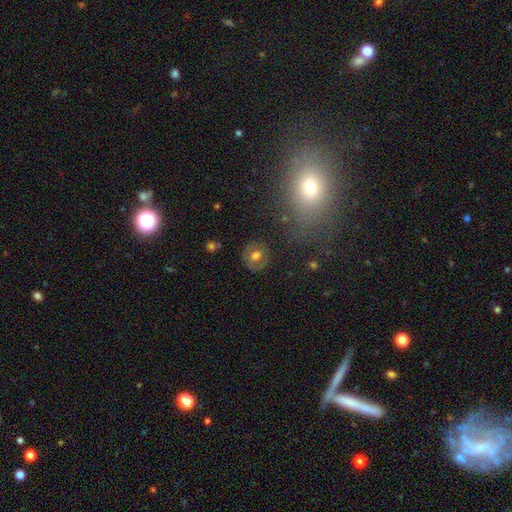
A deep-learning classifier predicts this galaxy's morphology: smooth_or_featured: smooth (p=0.57) [alt: featured or disk p=0.33]
how_rounded: round (p=0.80) [alt: in between p=0.18]
merging: none (p=0.82) [alt: minor disturbance p=0.12]